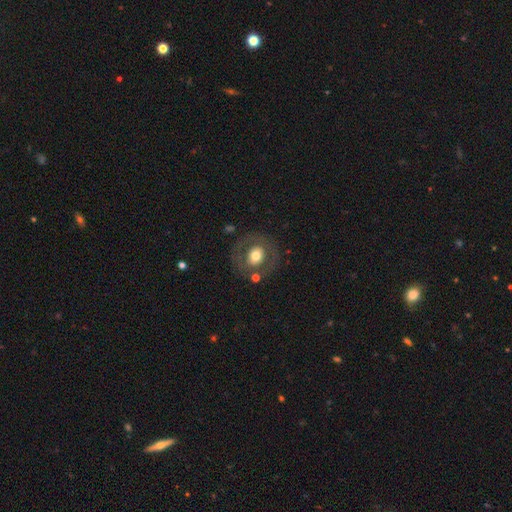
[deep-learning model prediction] Overall: smooth (53%; featured or disk 39%). How rounded: round (76%). Merging: none (76%).